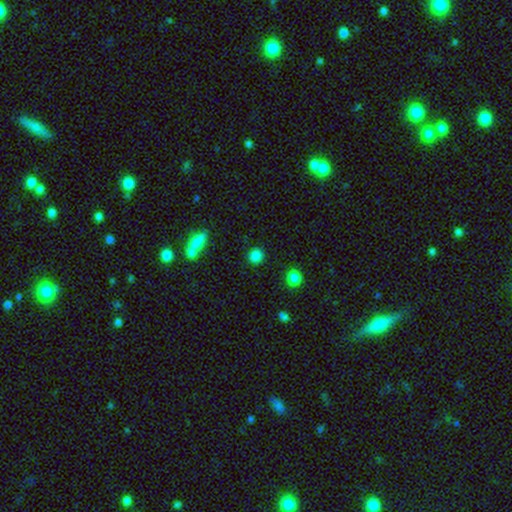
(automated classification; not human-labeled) A smooth galaxy with no disk features (85%) that is round (86%). Merging: none (87%).